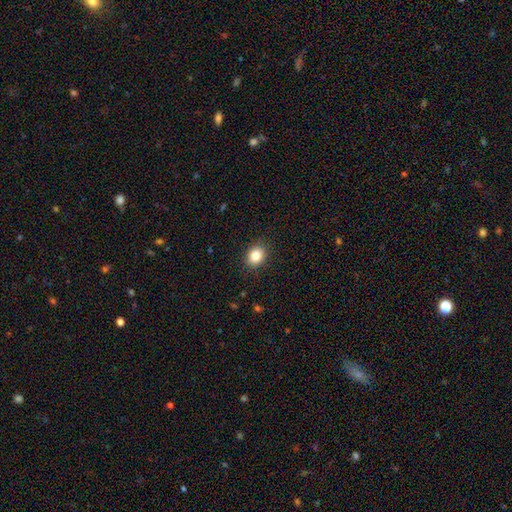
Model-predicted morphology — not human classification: smooth-or-featured: smooth: 85% | star or artifact: 10% | featured or disk: 6%
  how-rounded: in between: 50% | round: 49% | cigar-shaped: 1%
  merging: none: 88% | minor disturbance: 9% | major disturbance: 2% | merger: 1%